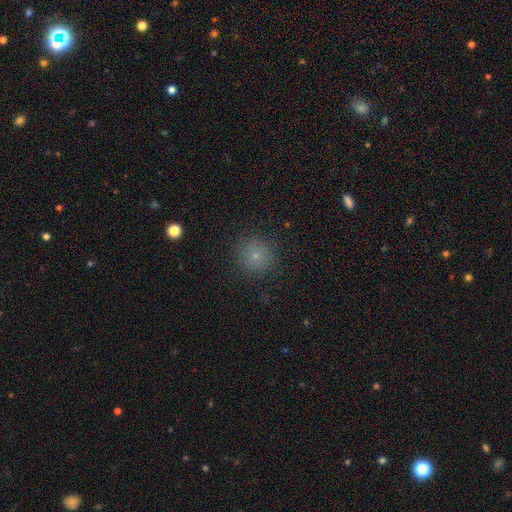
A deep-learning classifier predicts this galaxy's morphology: Overall: smooth (75%). How rounded: round (94%). Merging: none (89%).